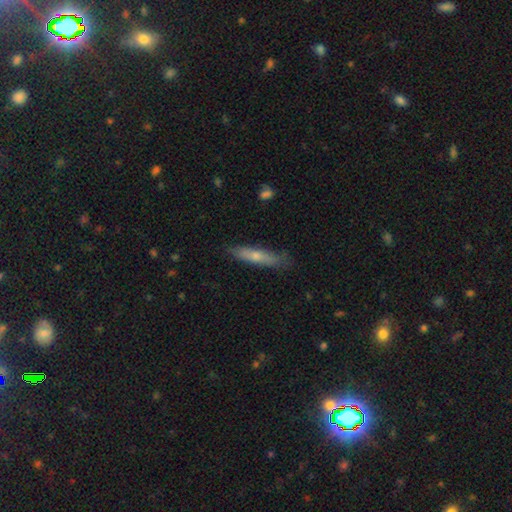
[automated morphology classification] Smooth or featured: smooth — 58% (featured or disk — 36%)
How rounded: cigar-shaped — 86% (in between — 12%)
Merging: none — 83% (minor disturbance — 14%)